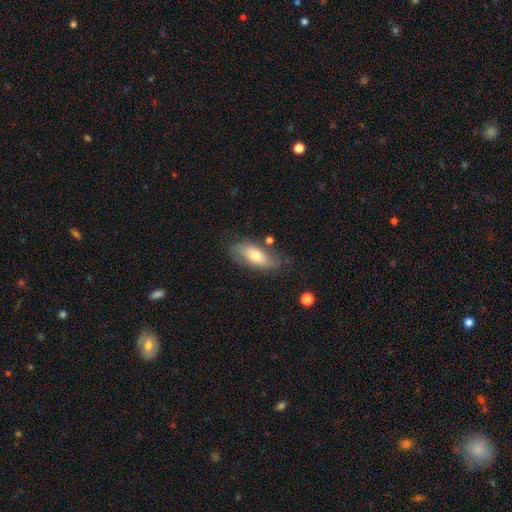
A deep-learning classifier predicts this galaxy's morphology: The model was most divided on "smooth or featured": smooth: 59%, featured or disk: 35%, star or artifact: 7%. More confident: how rounded — in between (82%); merging — none (66%).